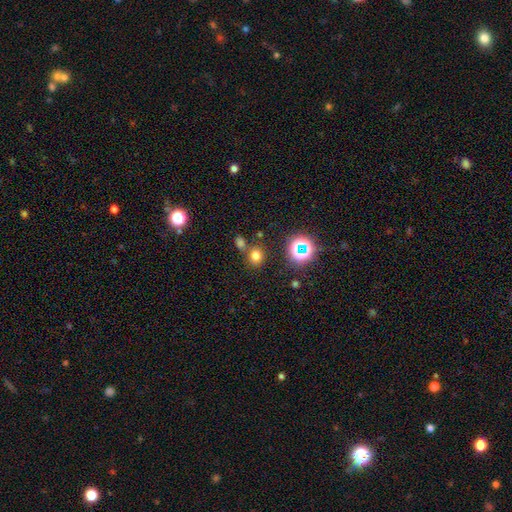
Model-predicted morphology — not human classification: Smooth or featured: smooth — 71% (star or artifact — 22%)
How rounded: round — 71% (in between — 28%)
Merging: none — 69% (merger — 18%)